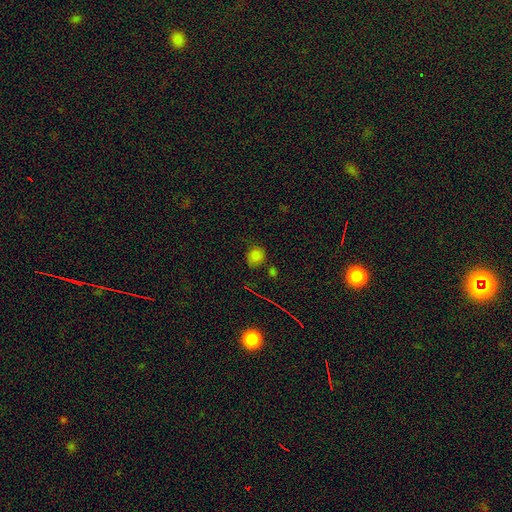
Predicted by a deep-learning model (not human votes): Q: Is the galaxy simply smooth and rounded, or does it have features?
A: smooth — 73%.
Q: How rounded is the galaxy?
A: round — 76%.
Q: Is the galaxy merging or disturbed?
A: none — 70%.